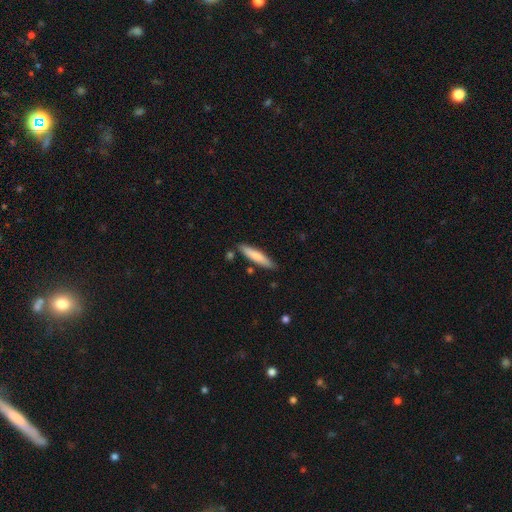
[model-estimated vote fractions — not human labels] A smooth galaxy with no disk features (77%) that is cigar-shaped (87%).

Vote fractions:
- Smooth or featured? smooth: 77% / featured or disk: 18% / star or artifact: 5%
- How rounded? cigar-shaped: 87% / in between: 12% / round: 1%
- Merging? none: 84% / minor disturbance: 11% / merger: 3% / major disturbance: 2%